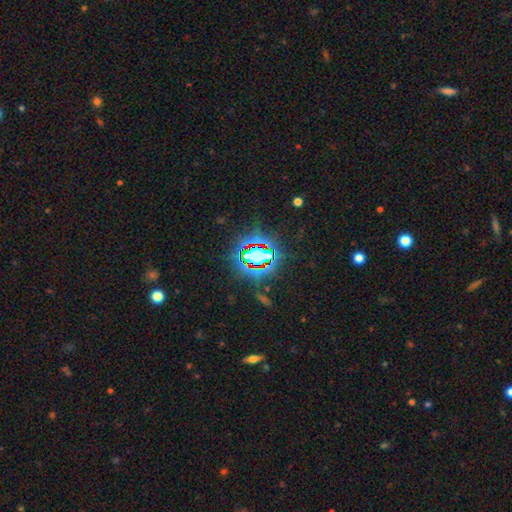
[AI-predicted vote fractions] A star or artifact, not a galaxy (72%).

Vote fractions:
- Smooth or featured? star or artifact: 72% / smooth: 17% / featured or disk: 11%